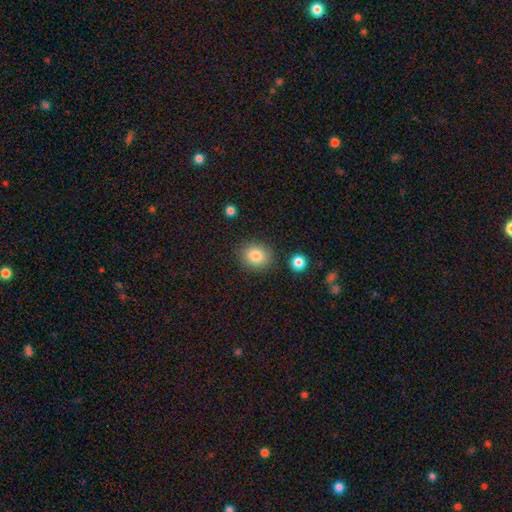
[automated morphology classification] Smooth or featured?
  - smooth: 84% *
  - star or artifact: 9%
  - featured or disk: 7%
How rounded?
  - round: 73% *
  - in between: 26%
  - cigar-shaped: 1%
Merging?
  - none: 84% *
  - minor disturbance: 10%
  - merger: 3%
  - major disturbance: 3%